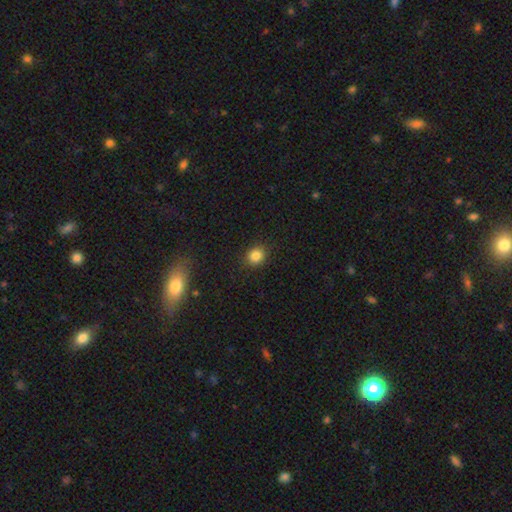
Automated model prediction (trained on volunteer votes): Smooth or featured: smooth — 84% (star or artifact — 11%)
How rounded: round — 78% (in between — 21%)
Merging: none — 90% (minor disturbance — 7%)